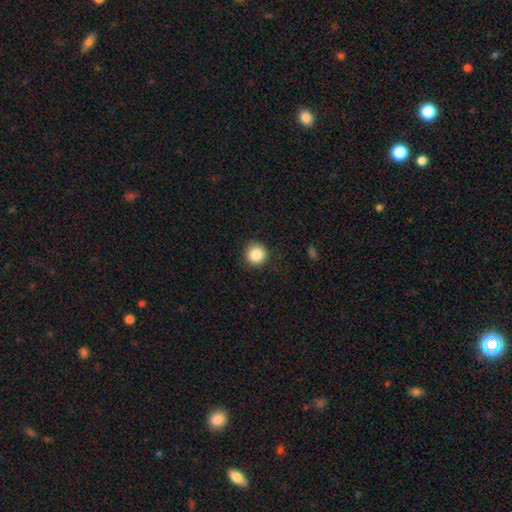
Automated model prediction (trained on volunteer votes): A smooth galaxy with no disk features (87%) that is round (94%).

Vote fractions:
- Smooth or featured? smooth: 87% / star or artifact: 9% / featured or disk: 4%
- How rounded? round: 94% / in between: 5% / cigar-shaped: 1%
- Merging? none: 87% / minor disturbance: 10% / major disturbance: 3% / merger: 1%